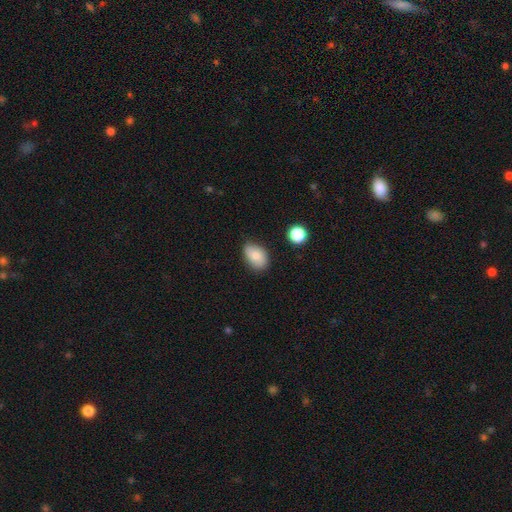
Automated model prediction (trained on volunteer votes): smooth_or_featured: smooth (p=0.78) [alt: featured or disk p=0.14]
how_rounded: in between (p=0.85) [alt: round p=0.13]
merging: none (p=0.72) [alt: minor disturbance p=0.22]